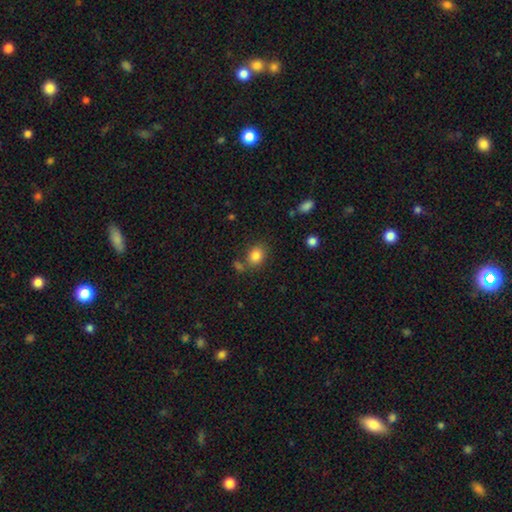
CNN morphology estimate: Smooth or featured? Predicted: smooth (p=0.84). How rounded? Predicted: in between (p=0.52). Merging? Predicted: none (p=0.70).